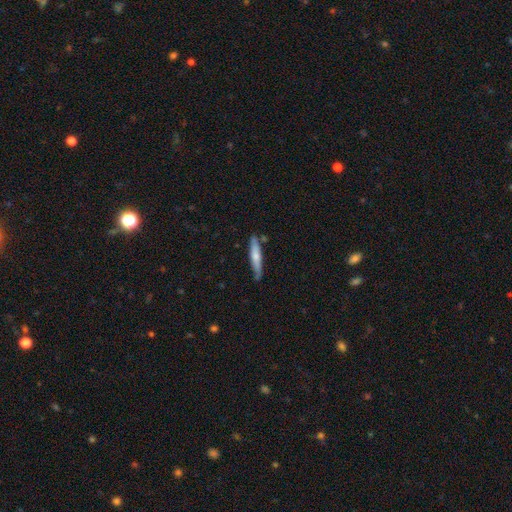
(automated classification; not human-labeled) Smooth or featured: smooth — 62% (featured or disk — 33%)
How rounded: cigar-shaped — 89% (in between — 10%)
Merging: none — 75% (minor disturbance — 17%)